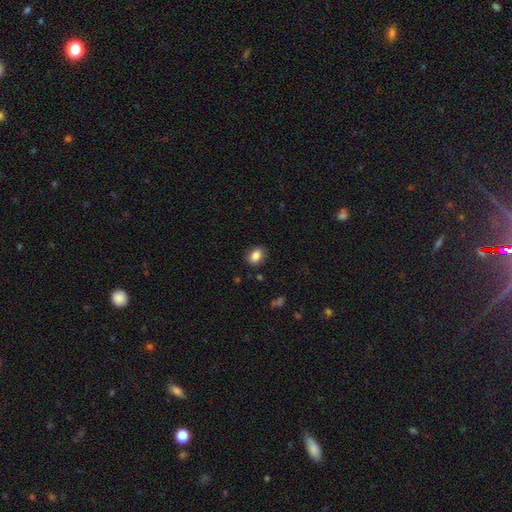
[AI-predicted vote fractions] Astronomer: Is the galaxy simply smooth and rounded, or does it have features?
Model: smooth — 85%.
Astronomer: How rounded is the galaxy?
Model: in between — 68%.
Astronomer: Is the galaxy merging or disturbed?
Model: none — 86%.